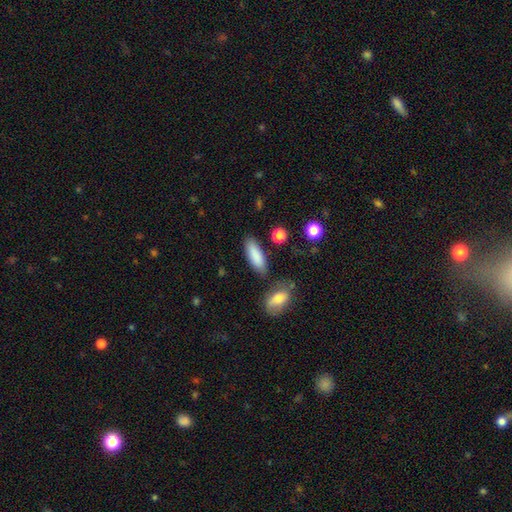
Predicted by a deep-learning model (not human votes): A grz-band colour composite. It shows a smooth galaxy with no disk features (86%) that is in between round and cigar-shaped (63%). Merging: none (80%).